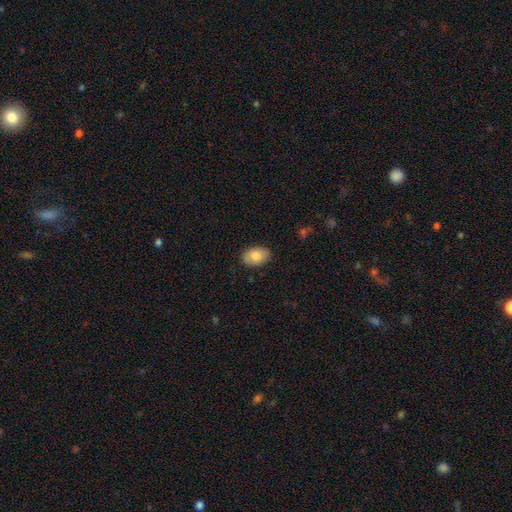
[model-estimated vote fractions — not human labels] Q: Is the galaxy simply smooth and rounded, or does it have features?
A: smooth — 77%.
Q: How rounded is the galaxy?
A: in between — 85%.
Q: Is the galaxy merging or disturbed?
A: none — 85%.